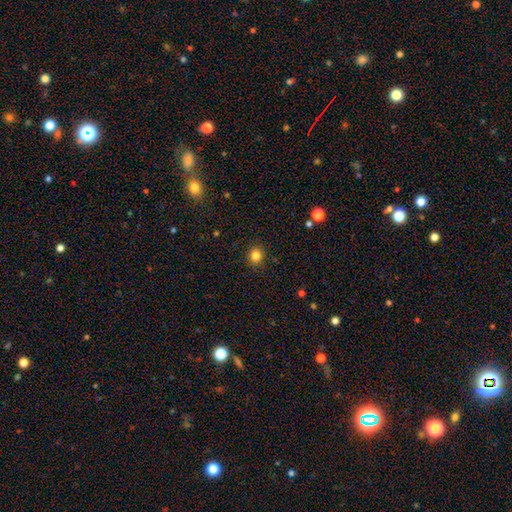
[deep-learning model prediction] smooth_or_featured: smooth (p=0.83) [alt: star or artifact p=0.12]
how_rounded: round (p=0.80) [alt: in between p=0.19]
merging: none (p=0.90) [alt: minor disturbance p=0.07]